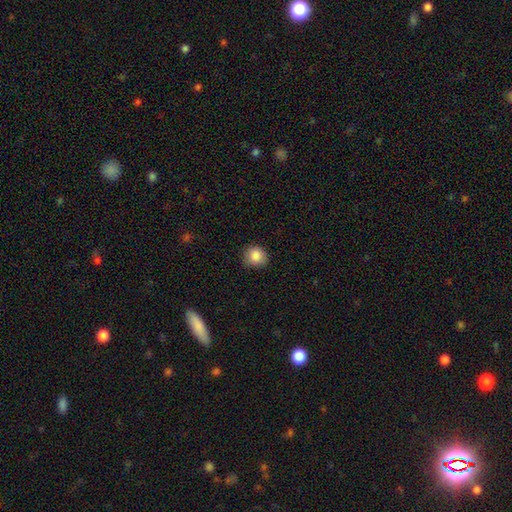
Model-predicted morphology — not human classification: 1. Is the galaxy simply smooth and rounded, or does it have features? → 87% smooth, 9% star or artifact, 4% featured or disk.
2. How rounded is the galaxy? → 87% round, 12% in between, 1% cigar-shaped.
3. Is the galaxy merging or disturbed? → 80% none, 16% minor disturbance, 3% major disturbance, 1% merger.